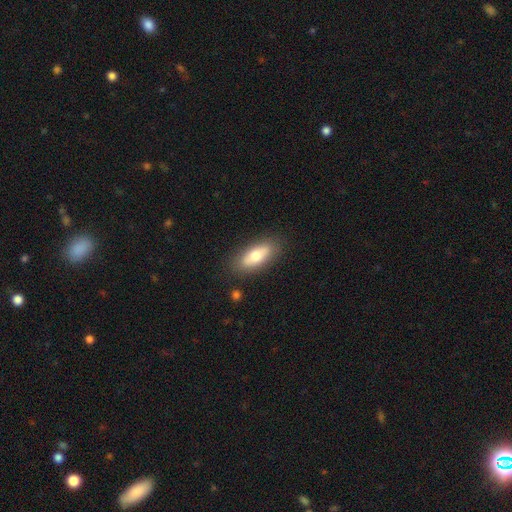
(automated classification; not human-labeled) smooth-or-featured: smooth: 69% | featured or disk: 24% | star or artifact: 6%
  how-rounded: in between: 76% | cigar-shaped: 22% | round: 3%
  merging: none: 84% | minor disturbance: 11% | major disturbance: 3% | merger: 2%